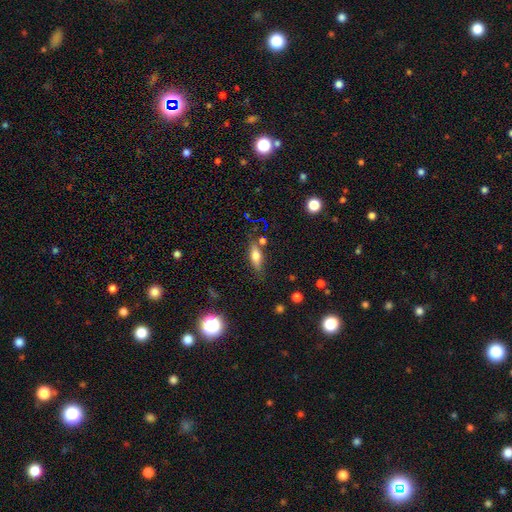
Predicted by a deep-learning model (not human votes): Morphology: type=smooth (56%); roundness=in between (56%); merging=none (75%).